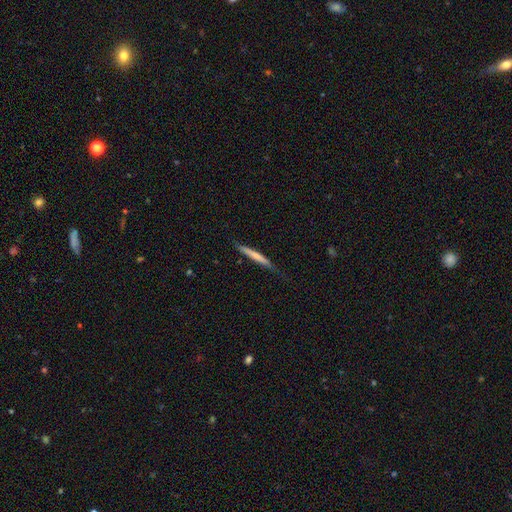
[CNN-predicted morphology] A smooth galaxy with no disk features (59%) that is cigar-shaped (96%). Merging: none (71%).